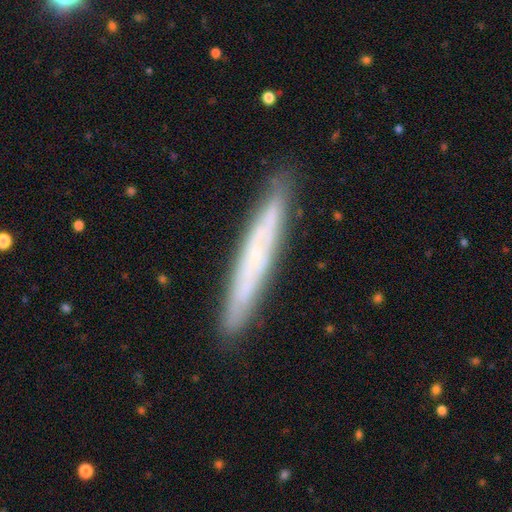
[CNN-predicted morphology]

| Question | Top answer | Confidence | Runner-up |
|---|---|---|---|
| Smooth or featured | featured or disk | 56% | smooth (37%) |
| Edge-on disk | yes | 80% | no (20%) |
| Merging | none | 88% | minor disturbance (9%) |